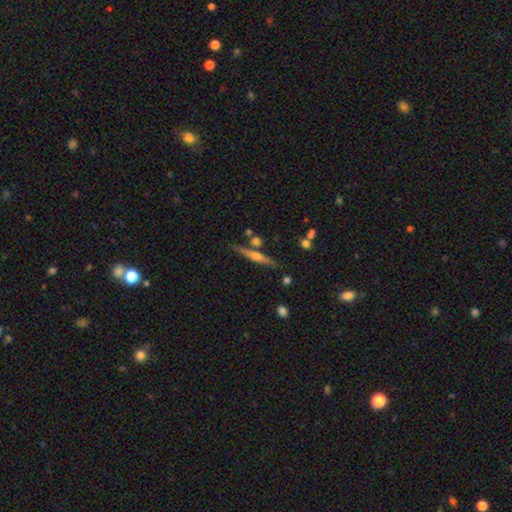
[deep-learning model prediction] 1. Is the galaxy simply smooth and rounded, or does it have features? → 62% featured or disk, 31% smooth, 8% star or artifact.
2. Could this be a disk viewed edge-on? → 97% yes, 3% no.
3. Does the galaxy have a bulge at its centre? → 67% rounded, 20% none, 13% boxy.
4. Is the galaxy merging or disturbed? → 81% none, 10% minor disturbance, 7% merger, 2% major disturbance.